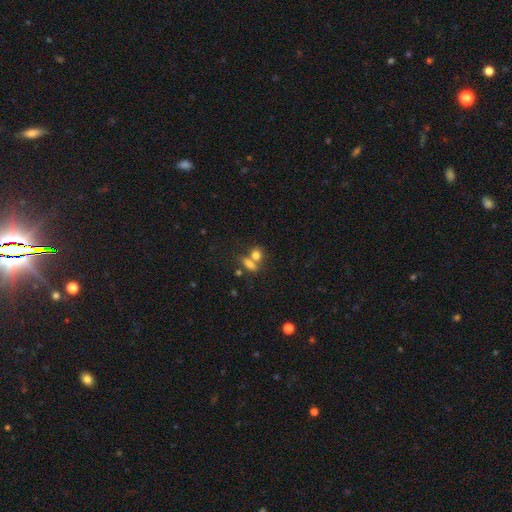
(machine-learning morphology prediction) The model was most divided on "how rounded": in between: 50%, round: 44%, cigar-shaped: 7%. Remaining: smooth or featured — smooth (75%); merging — merger (47%).